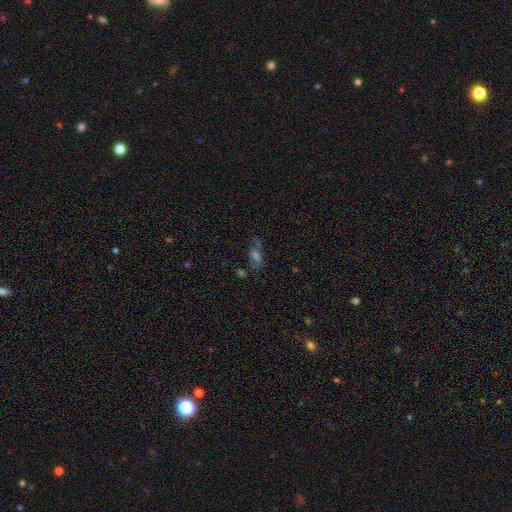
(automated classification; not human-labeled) smooth_or_featured: featured or disk (p=0.37) [alt: smooth p=0.36]
merging: none (p=0.61) [alt: minor disturbance p=0.19]